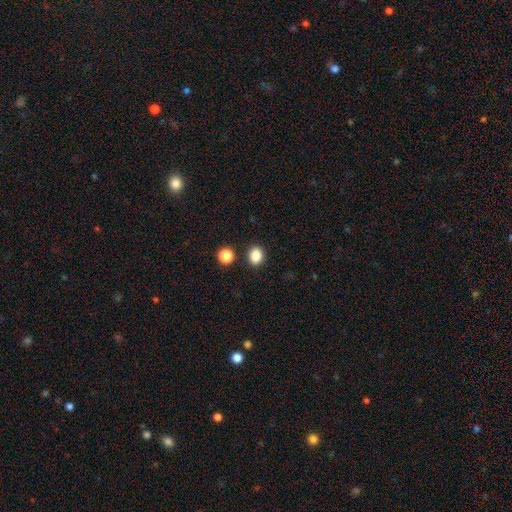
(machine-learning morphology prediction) smooth_or_featured: smooth (p=0.84) [alt: star or artifact p=0.11]
how_rounded: round (p=0.55) [alt: in between p=0.44]
merging: none (p=0.87) [alt: minor disturbance p=0.07]